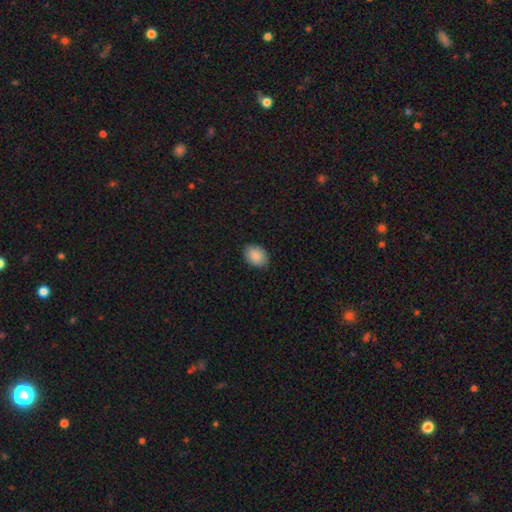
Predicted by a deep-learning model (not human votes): smooth_or_featured: smooth (p=0.89) [alt: star or artifact p=0.07]
how_rounded: in between (p=0.74) [alt: round p=0.25]
merging: none (p=0.87) [alt: minor disturbance p=0.10]